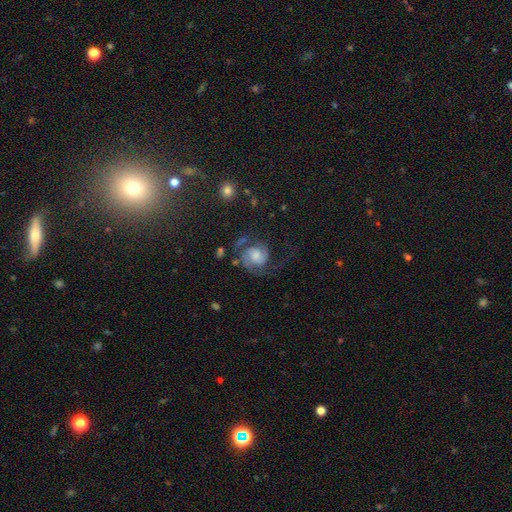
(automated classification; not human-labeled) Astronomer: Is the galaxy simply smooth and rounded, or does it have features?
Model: featured or disk — 75%.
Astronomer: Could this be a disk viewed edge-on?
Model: no — 98%.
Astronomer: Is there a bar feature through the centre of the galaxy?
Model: no — 68%.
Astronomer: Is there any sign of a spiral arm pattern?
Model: yes — 95%.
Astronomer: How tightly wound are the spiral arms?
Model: medium — 46% (runner-up: tight, 29%).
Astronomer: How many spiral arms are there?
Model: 2 — 75%.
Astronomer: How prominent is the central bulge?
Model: moderate — 37% (runner-up: large, 27%).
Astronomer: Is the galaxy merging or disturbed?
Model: none — 54%.